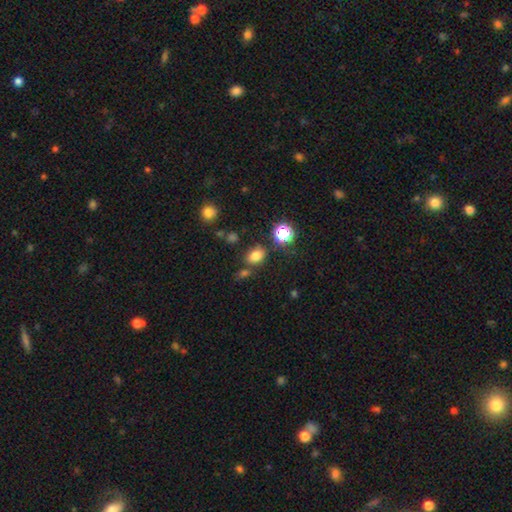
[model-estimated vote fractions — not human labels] A smooth galaxy with no disk features (76%) that is in between round and cigar-shaped (65%).

Vote fractions:
- Smooth or featured? smooth: 76% / star or artifact: 18% / featured or disk: 7%
- How rounded? in between: 65% / round: 33% / cigar-shaped: 1%
- Merging? none: 73% / minor disturbance: 13% / merger: 10% / major disturbance: 4%